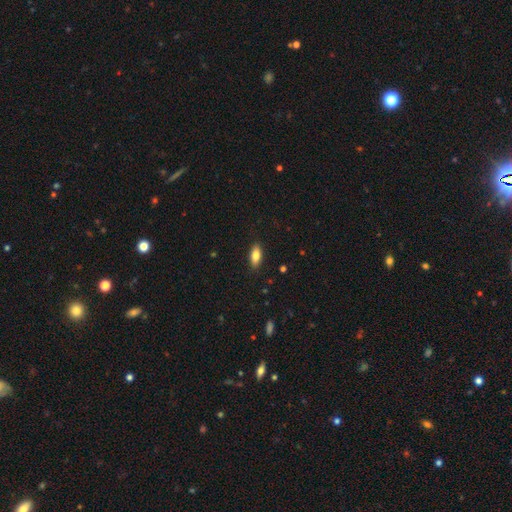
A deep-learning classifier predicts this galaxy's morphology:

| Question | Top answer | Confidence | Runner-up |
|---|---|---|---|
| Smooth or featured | smooth | 80% | featured or disk (13%) |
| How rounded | in between | 83% | cigar-shaped (14%) |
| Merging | none | 88% | minor disturbance (9%) |